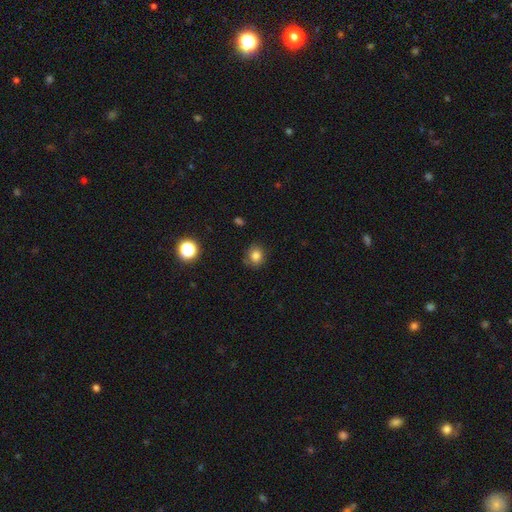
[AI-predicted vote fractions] A smooth galaxy with no disk features (82%) that is round (75%). Merging: none (82%).